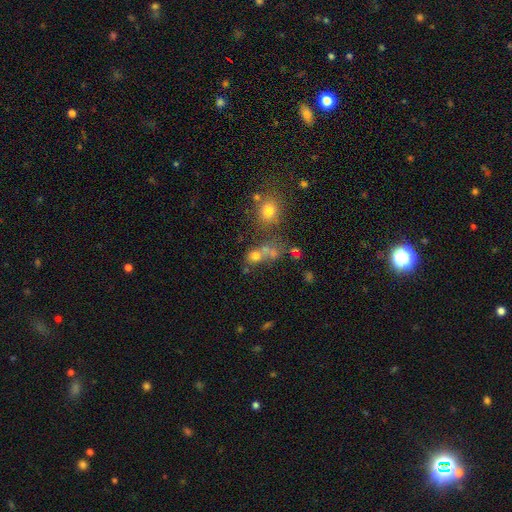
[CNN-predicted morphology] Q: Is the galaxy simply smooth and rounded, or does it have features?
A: smooth — 67%.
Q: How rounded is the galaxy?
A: round — 65%.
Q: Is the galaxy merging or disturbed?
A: merger — 42%.